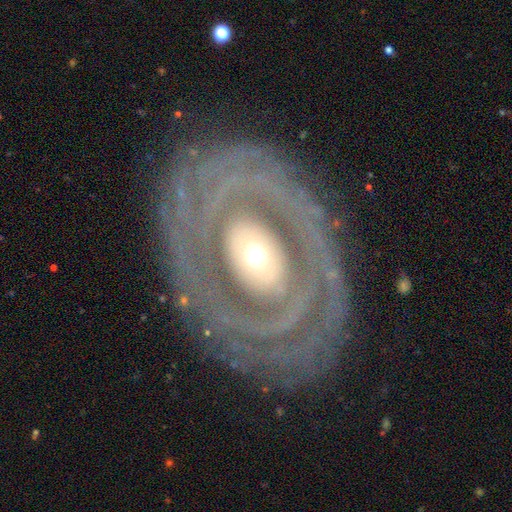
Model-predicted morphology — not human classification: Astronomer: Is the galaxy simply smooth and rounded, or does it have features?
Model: featured or disk — 86%.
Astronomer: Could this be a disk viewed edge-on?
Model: no — 96%.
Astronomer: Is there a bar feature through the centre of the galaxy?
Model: no — 74%.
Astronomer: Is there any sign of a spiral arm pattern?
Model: yes — 81%.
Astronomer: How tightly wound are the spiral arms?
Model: tight — 79%.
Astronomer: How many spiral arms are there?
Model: can't tell — 32% (runner-up: 2, 27%).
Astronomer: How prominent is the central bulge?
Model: moderate — 58%.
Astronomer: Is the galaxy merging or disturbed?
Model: none — 81%.